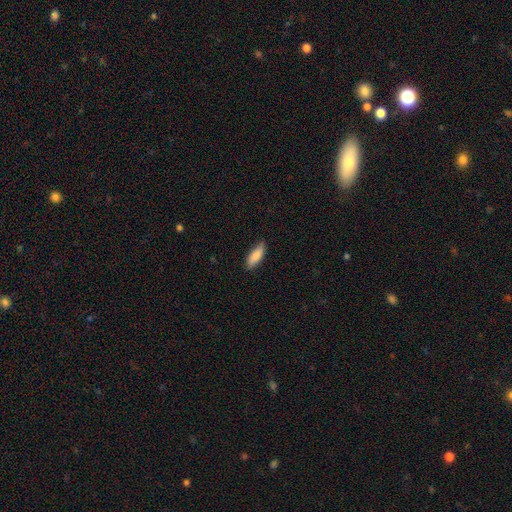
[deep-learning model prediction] Smooth or featured?
  - smooth: 85% *
  - featured or disk: 10%
  - star or artifact: 6%
How rounded?
  - in between: 65% *
  - cigar-shaped: 34%
  - round: 2%
Merging?
  - none: 83% *
  - minor disturbance: 14%
  - major disturbance: 2%
  - merger: 1%